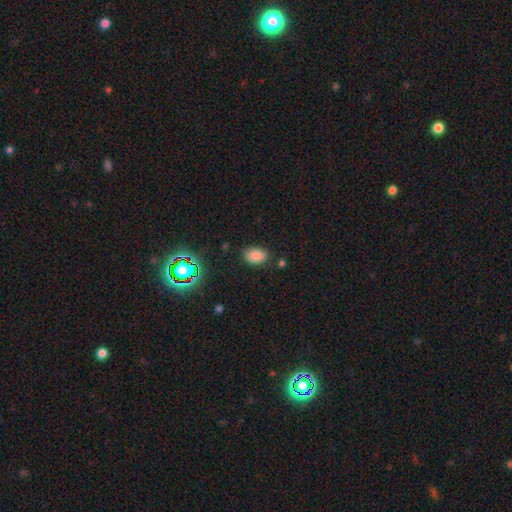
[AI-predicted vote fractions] Smooth or featured?
  - smooth: 81% *
  - star or artifact: 13%
  - featured or disk: 6%
How rounded?
  - in between: 82% *
  - round: 17%
  - cigar-shaped: 1%
Merging?
  - none: 81% *
  - minor disturbance: 13%
  - major disturbance: 3%
  - merger: 2%